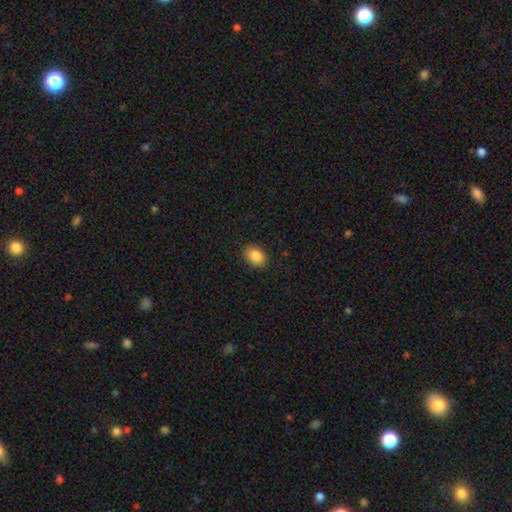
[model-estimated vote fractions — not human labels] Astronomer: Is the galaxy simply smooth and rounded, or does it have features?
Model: smooth — 87%.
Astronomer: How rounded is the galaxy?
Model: in between — 75%.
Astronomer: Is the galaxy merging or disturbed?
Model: none — 89%.